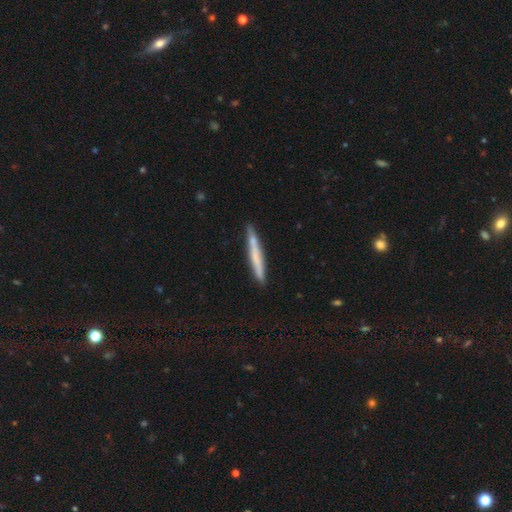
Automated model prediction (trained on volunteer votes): Overall: smooth (62%; featured or disk 32%). How rounded: cigar-shaped (97%). Merging: none (86%).